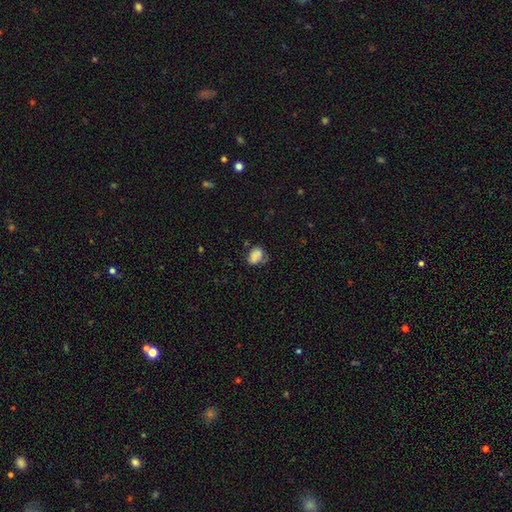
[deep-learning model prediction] A smooth galaxy with no disk features (75%) that is in between round and cigar-shaped (56%). Merging: none (52%).